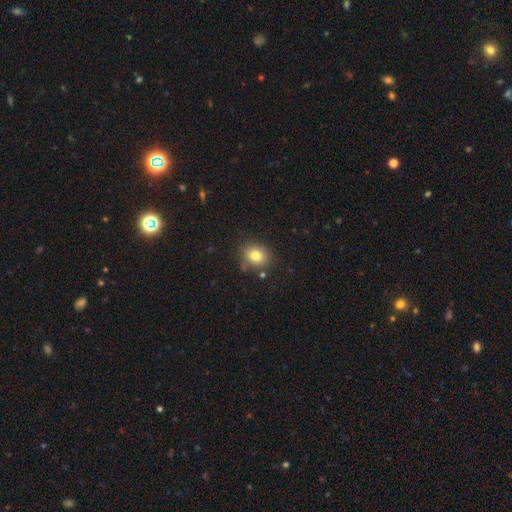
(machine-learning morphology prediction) smooth-or-featured: smooth: 78% | star or artifact: 12% | featured or disk: 10%
  how-rounded: round: 65% | in between: 34% | cigar-shaped: 1%
  merging: none: 82% | minor disturbance: 11% | merger: 4% | major disturbance: 3%